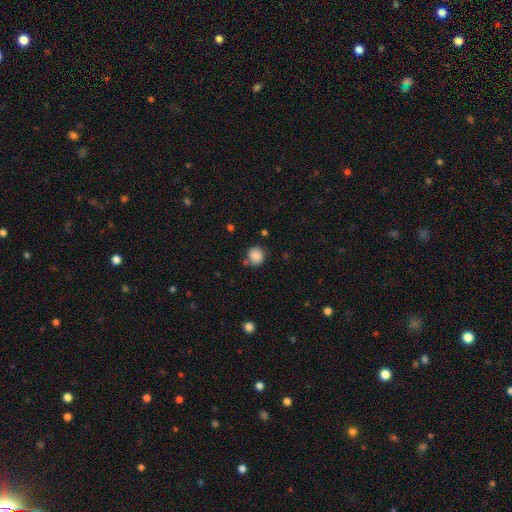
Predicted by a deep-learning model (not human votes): smooth-or-featured: smooth: 87% | star or artifact: 9% | featured or disk: 4%
  how-rounded: round: 90% | in between: 10% | cigar-shaped: 1%
  merging: none: 75% | minor disturbance: 15% | merger: 6% | major disturbance: 4%